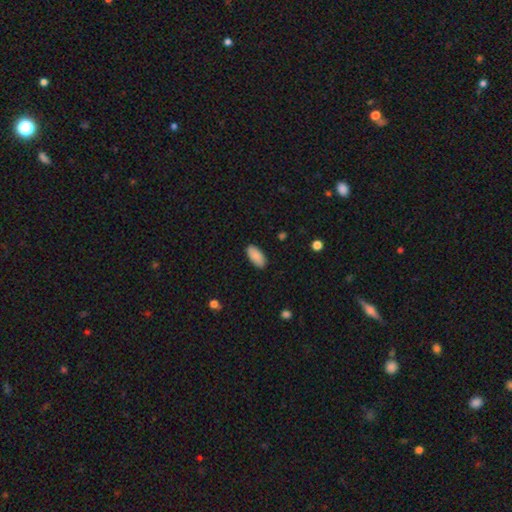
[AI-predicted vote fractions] smooth-or-featured: smooth: 90% | star or artifact: 6% | featured or disk: 4%
  how-rounded: in between: 90% | cigar-shaped: 8% | round: 2%
  merging: none: 89% | minor disturbance: 8% | major disturbance: 2% | merger: 1%